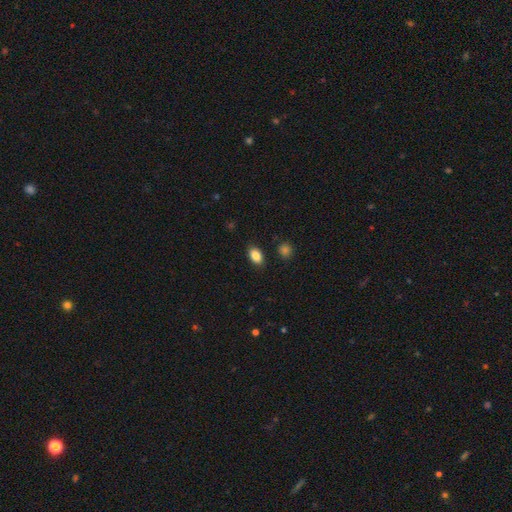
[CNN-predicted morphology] This appears to be a smooth galaxy with no disk features (86%) that is in between round and cigar-shaped (86%). Merging: none (87%).